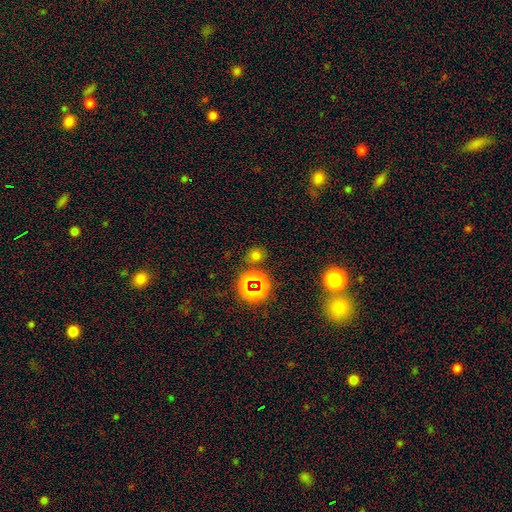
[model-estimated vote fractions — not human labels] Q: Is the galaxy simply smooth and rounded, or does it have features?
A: smooth — 59%.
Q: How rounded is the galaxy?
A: round — 77%.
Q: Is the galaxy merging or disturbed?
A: none — 77%.